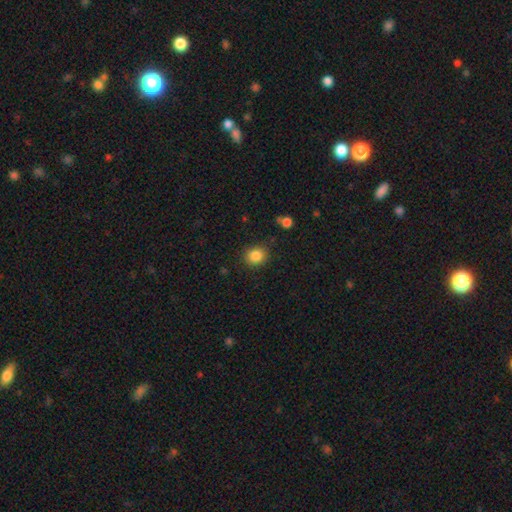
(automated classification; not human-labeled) Smooth or featured? smooth (85%)
How rounded? round (80%)
Merging? none (86%)